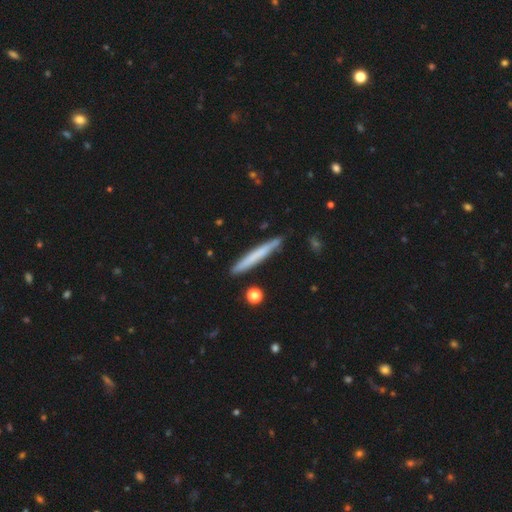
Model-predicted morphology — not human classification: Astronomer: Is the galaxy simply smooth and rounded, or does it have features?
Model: smooth — 61%.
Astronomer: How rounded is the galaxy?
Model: cigar-shaped — 97%.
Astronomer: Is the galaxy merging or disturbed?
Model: none — 89%.